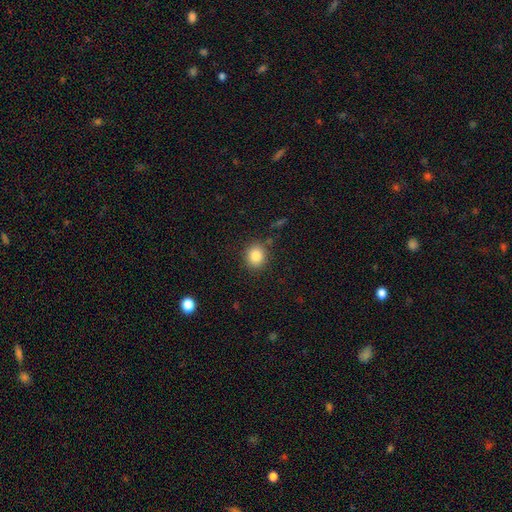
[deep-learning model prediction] Smooth or featured?
  - smooth: 85% *
  - star or artifact: 10%
  - featured or disk: 6%
How rounded?
  - round: 74% *
  - in between: 25%
  - cigar-shaped: 1%
Merging?
  - none: 86% *
  - minor disturbance: 9%
  - major disturbance: 3%
  - merger: 3%